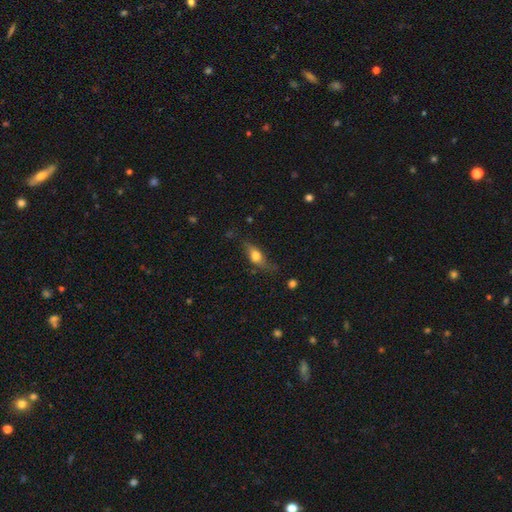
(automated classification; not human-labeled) Smooth or featured? smooth (63%)
How rounded? in between (69%)
Merging? none (62%)